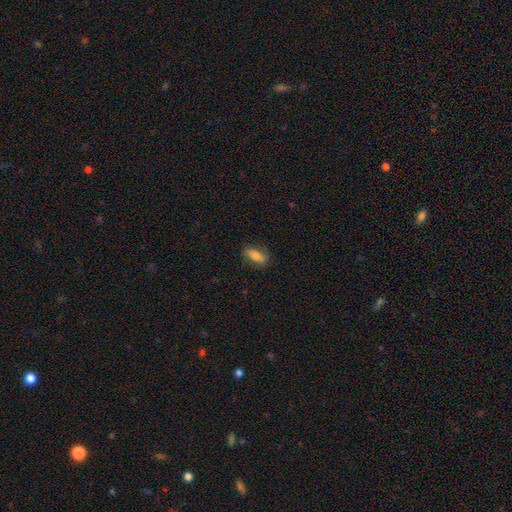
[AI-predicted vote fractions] Overall: smooth (65%; featured or disk 28%). How rounded: in between (67%; cigar-shaped 28%). Merging: none (78%).